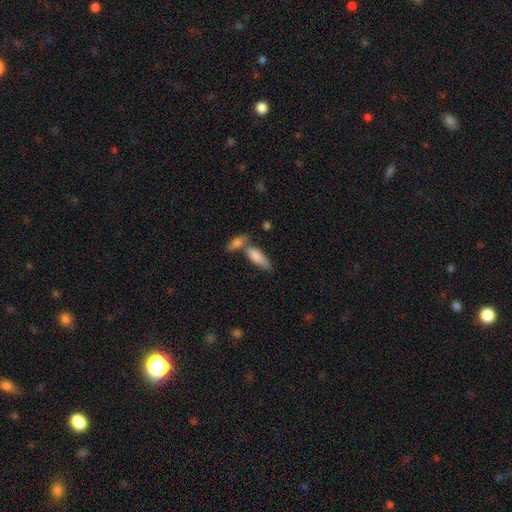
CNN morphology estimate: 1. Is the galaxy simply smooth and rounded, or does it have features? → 81% smooth, 12% featured or disk, 6% star or artifact.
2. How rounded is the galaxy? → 70% in between, 28% cigar-shaped, 3% round.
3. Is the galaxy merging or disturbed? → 44% merger, 40% none, 12% minor disturbance, 5% major disturbance.